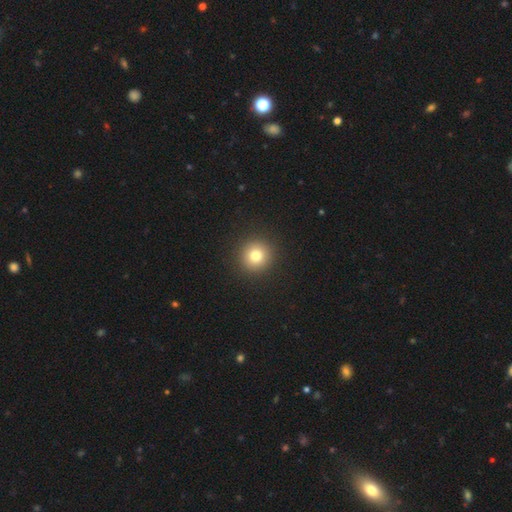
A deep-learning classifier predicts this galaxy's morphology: The model was most divided on "smooth or featured": smooth: 80%, star or artifact: 12%, featured or disk: 8%. More confident: how rounded — round (94%); merging — none (92%).